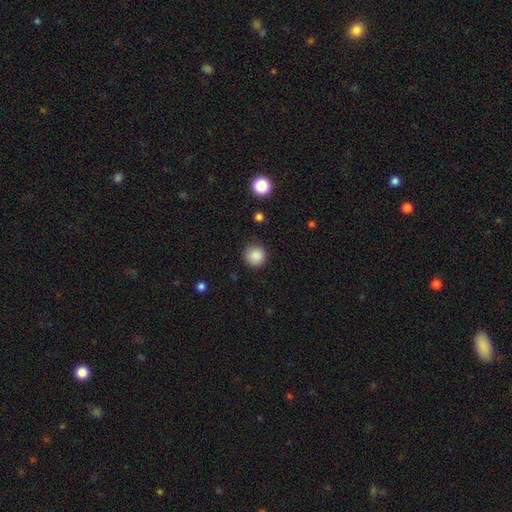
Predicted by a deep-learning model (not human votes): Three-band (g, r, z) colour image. It shows a smooth galaxy with no disk features (87%) that is round (95%). Merging: none (89%).